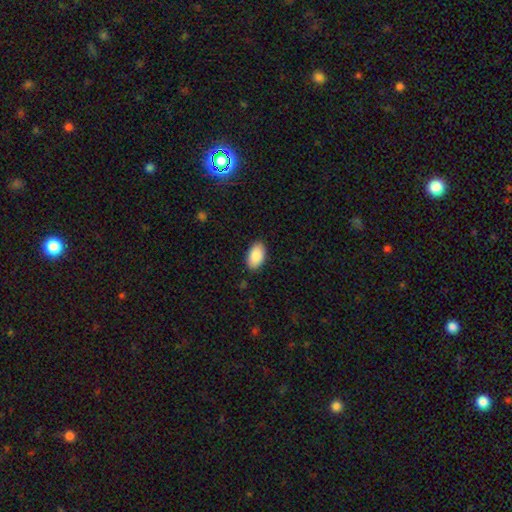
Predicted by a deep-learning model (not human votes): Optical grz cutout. It shows a smooth galaxy with no disk features (88%) that is in between round and cigar-shaped (94%). Merging: none (88%).